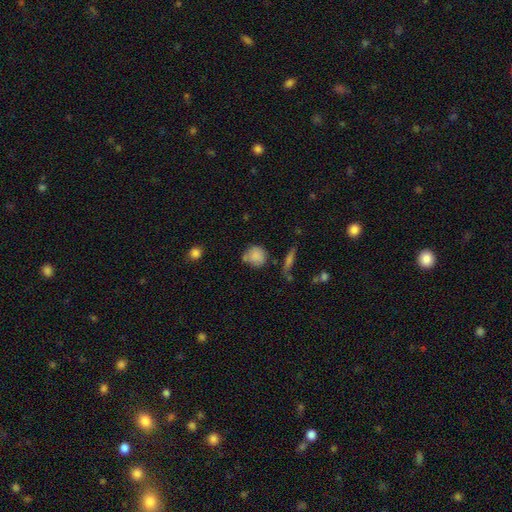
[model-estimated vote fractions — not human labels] Overall: smooth (82%). How rounded: round (81%). Merging: none (57%; minor disturbance 24%).